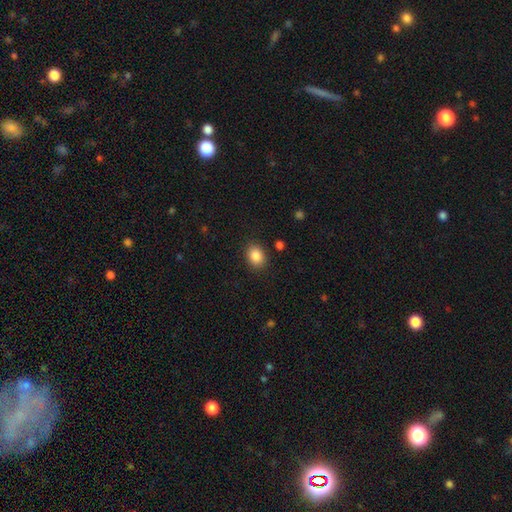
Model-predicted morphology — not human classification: A smooth galaxy with no disk features (86%) that is in between round and cigar-shaped (57%).

Vote fractions:
- Smooth or featured? smooth: 86% / star or artifact: 9% / featured or disk: 5%
- How rounded? in between: 57% / round: 43% / cigar-shaped: 1%
- Merging? none: 87% / minor disturbance: 9% / major disturbance: 3% / merger: 2%